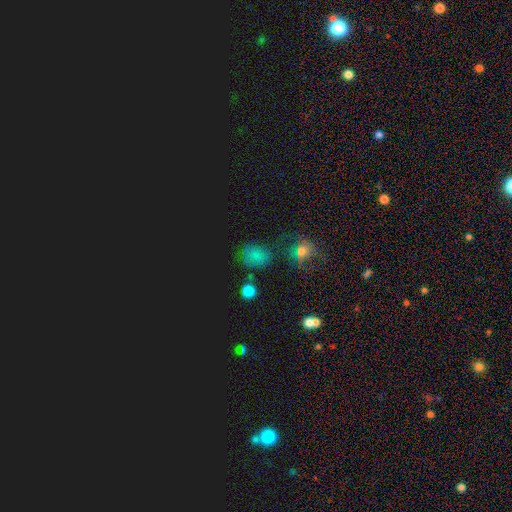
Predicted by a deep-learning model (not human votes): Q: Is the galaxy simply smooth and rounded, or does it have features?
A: smooth — 55%.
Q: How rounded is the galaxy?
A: round — 61%.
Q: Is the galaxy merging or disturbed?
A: none — 68%.